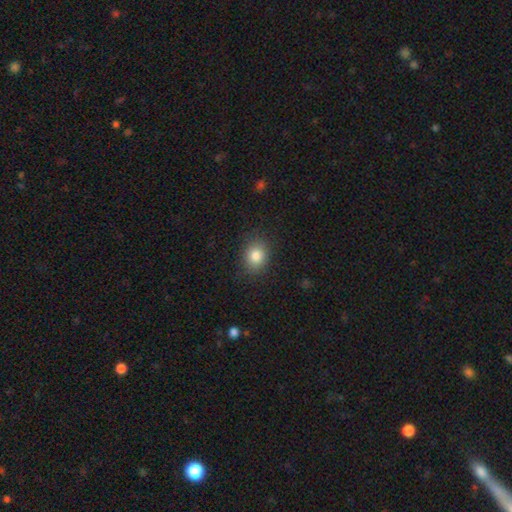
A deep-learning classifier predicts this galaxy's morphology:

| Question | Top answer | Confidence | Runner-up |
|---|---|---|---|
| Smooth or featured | smooth | 84% | star or artifact (10%) |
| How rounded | round | 53% | in between (46%) |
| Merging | none | 84% | minor disturbance (11%) |